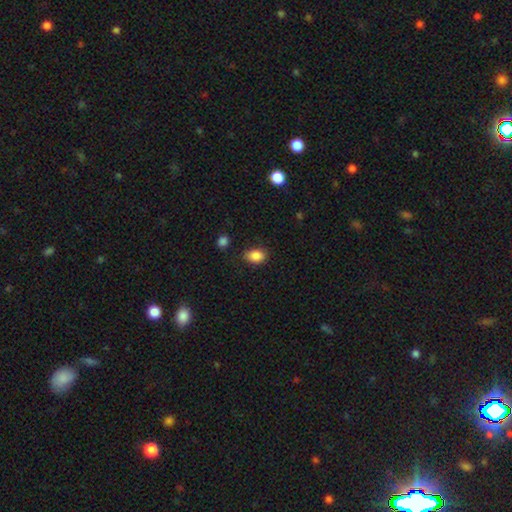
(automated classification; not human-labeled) Smooth or featured? smooth (87%)
How rounded? in between (78%)
Merging? none (80%)